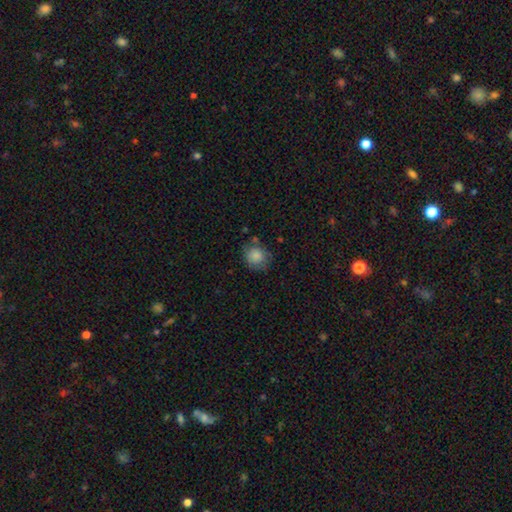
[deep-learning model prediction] Q: Smooth or featured?
A: smooth (84%); runner-up: star or artifact (8%)
Q: How rounded?
A: round (79%); runner-up: in between (20%)
Q: Merging?
A: none (69%); runner-up: minor disturbance (20%)